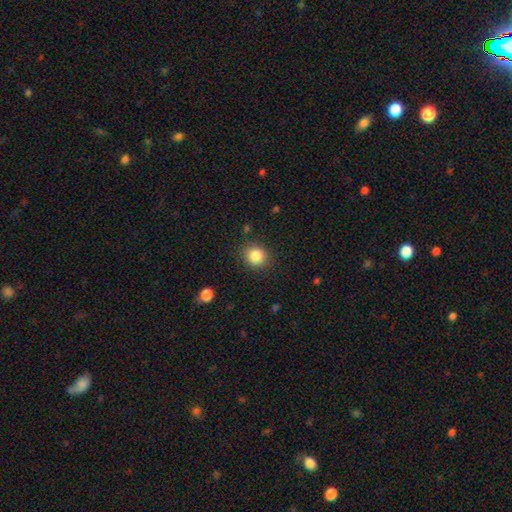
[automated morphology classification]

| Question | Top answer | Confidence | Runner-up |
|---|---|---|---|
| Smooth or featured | smooth | 85% | star or artifact (10%) |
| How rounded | round | 82% | in between (17%) |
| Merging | none | 87% | minor disturbance (9%) |